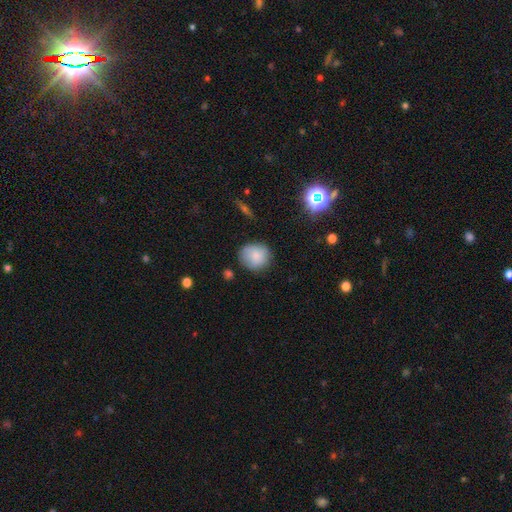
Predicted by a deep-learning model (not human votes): A smooth galaxy with no disk features (81%) that is round (85%).

Vote fractions:
- Smooth or featured? smooth: 81% / featured or disk: 11% / star or artifact: 8%
- How rounded? round: 85% / in between: 14% / cigar-shaped: 1%
- Merging? none: 76% / minor disturbance: 18% / major disturbance: 4% / merger: 2%